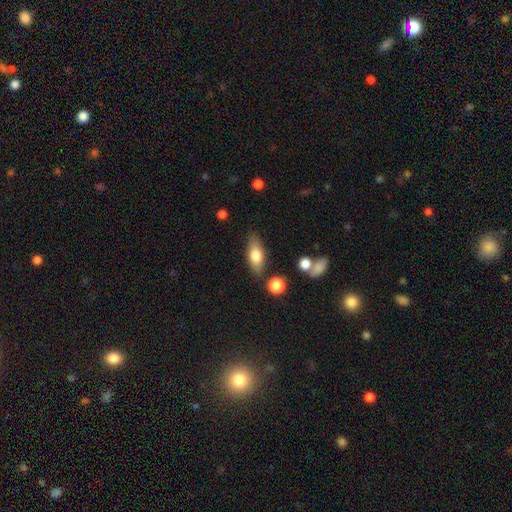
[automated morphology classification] This is likely a smooth galaxy (72%). How rounded: likely in between (74%). Merging: likely none (79%).